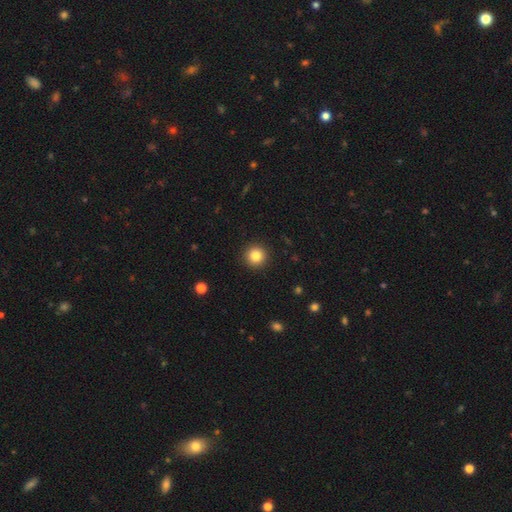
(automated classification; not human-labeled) Overall: smooth (84%). How rounded: round (96%). Merging: none (92%).